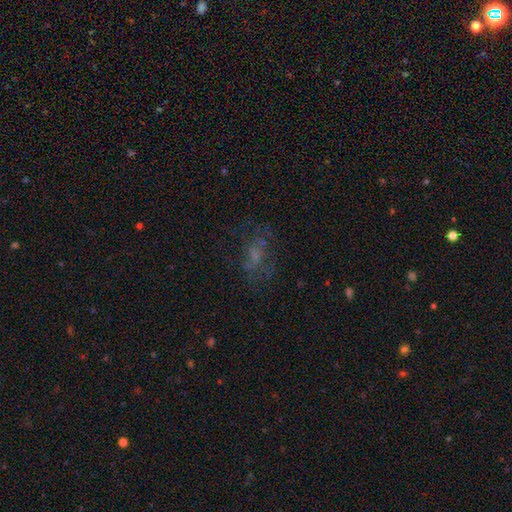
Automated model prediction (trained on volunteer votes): A featured or disk galaxy (42%).

Vote fractions:
- Smooth or featured? featured or disk: 42% / smooth: 33% / star or artifact: 25%
- Merging? none: 52% / major disturbance: 25% / minor disturbance: 18% / merger: 4%